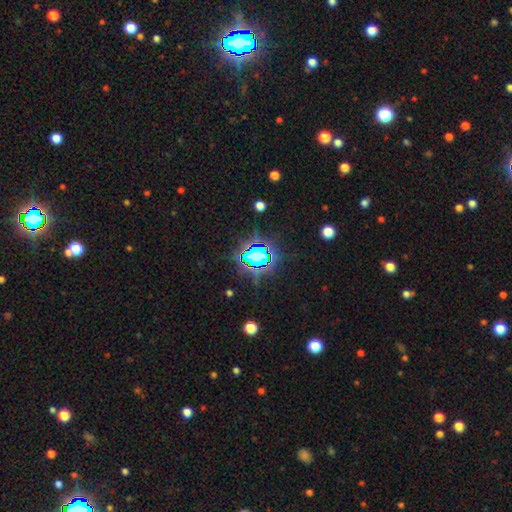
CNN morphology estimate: A star or artifact, not a galaxy (68%).

Vote fractions:
- Smooth or featured? star or artifact: 68% / smooth: 20% / featured or disk: 12%